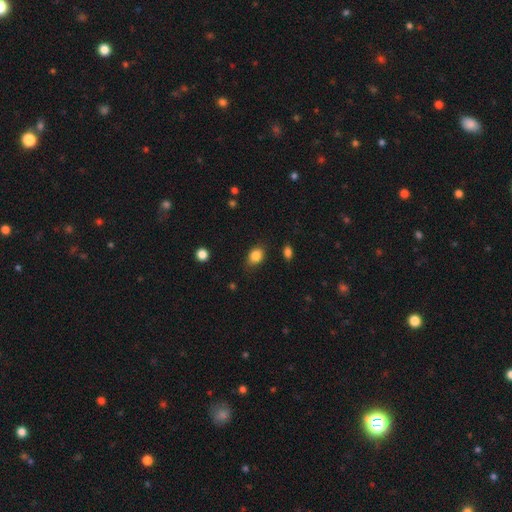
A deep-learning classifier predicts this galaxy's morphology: A smooth galaxy with no disk features (85%) that is in between round and cigar-shaped (68%). Merging: none (79%).